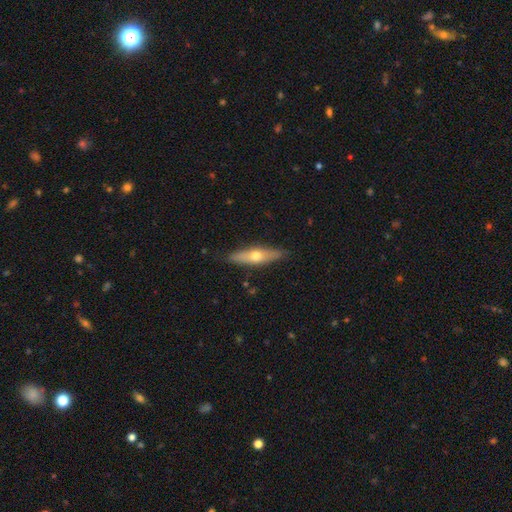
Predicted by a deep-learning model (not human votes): Smooth or featured: featured or disk — 50% (smooth — 44%)
Merging: none — 88% (minor disturbance — 9%)